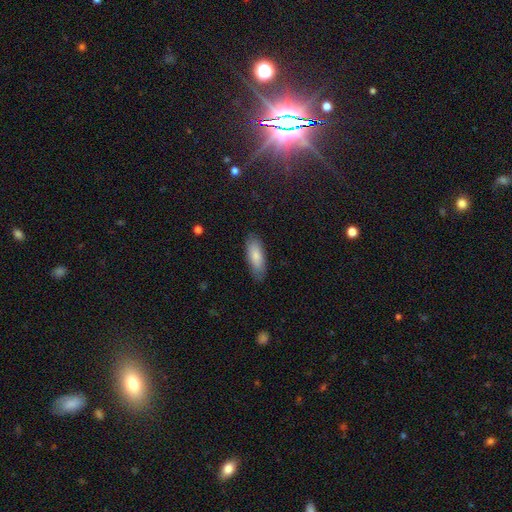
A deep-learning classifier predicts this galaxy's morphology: Smooth or featured? smooth (82%)
How rounded? in between (70%)
Merging? none (83%)